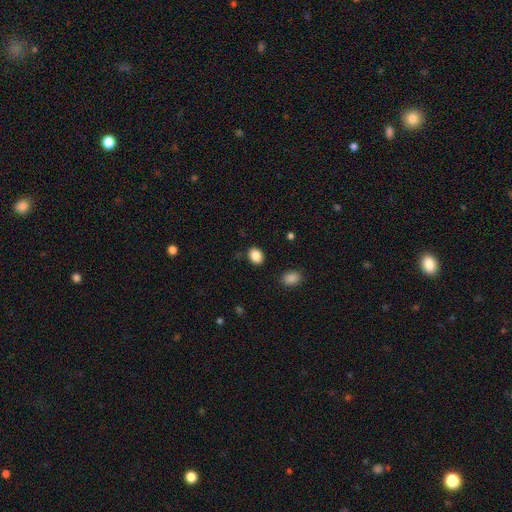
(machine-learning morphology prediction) Smooth or featured? Predicted: smooth (p=0.87). How rounded? Predicted: in between (p=0.61). Merging? Predicted: none (p=0.85).